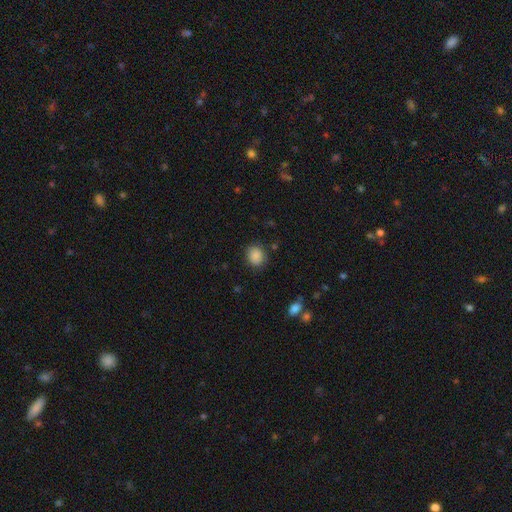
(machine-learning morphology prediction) Q: Smooth or featured?
A: smooth (87%); runner-up: star or artifact (9%)
Q: How rounded?
A: round (72%); runner-up: in between (27%)
Q: Merging?
A: none (84%); runner-up: minor disturbance (11%)